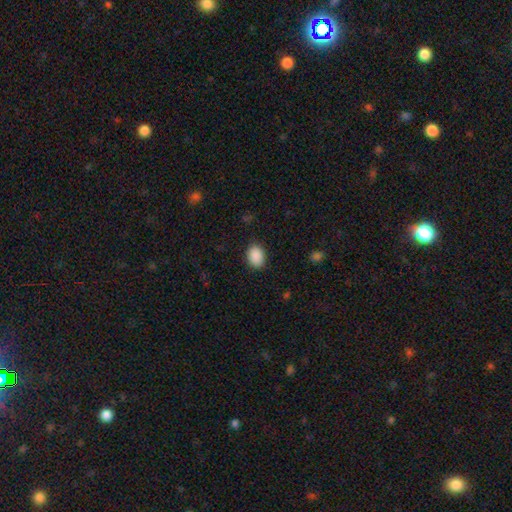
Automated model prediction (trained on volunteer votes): smooth 90%, star or artifact 8%, featured or disk 2%. Down the decision tree: how rounded — in between (71%); merging — none (87%).